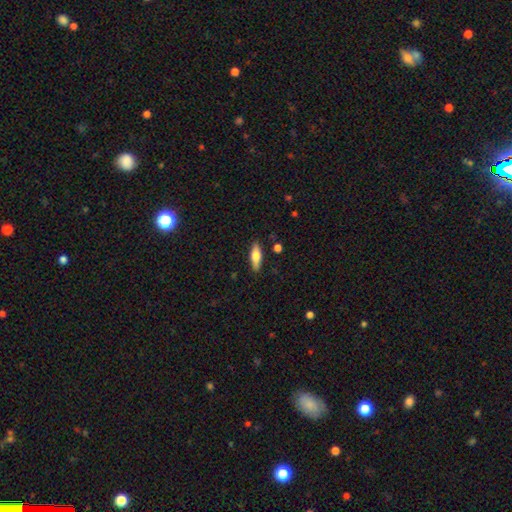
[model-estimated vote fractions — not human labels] Smooth or featured? smooth (65%)
How rounded? in between (59%)
Merging? none (87%)